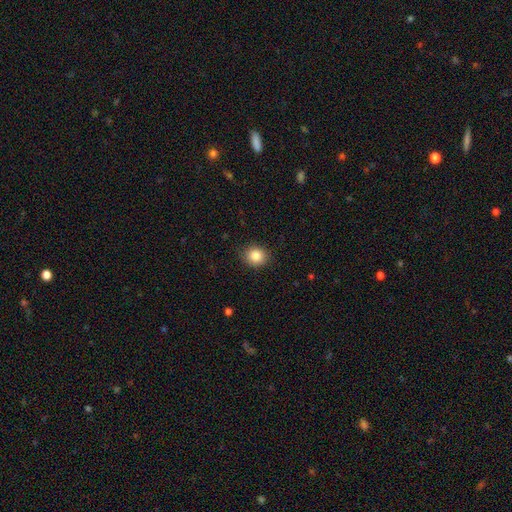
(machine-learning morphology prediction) Smooth or featured: smooth — 85% (star or artifact — 10%)
How rounded: round — 80% (in between — 19%)
Merging: none — 88% (minor disturbance — 9%)